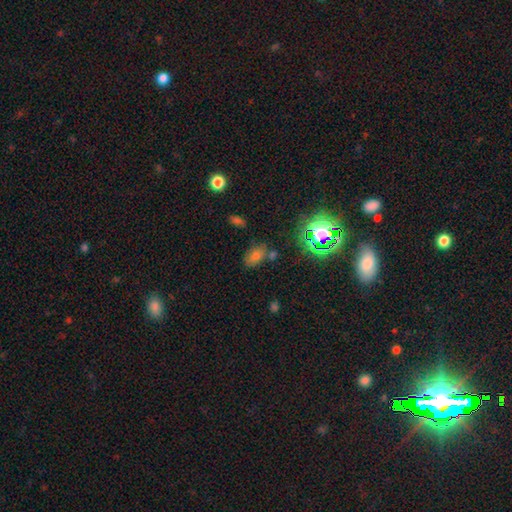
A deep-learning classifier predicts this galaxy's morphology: smooth-or-featured: smooth: 60% | star or artifact: 28% | featured or disk: 12%
  how-rounded: in between: 82% | round: 15% | cigar-shaped: 3%
  merging: none: 69% | minor disturbance: 15% | merger: 11% | major disturbance: 5%